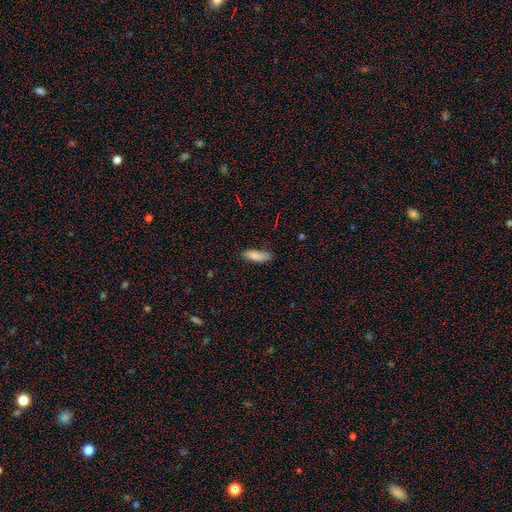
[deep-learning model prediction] This is clearly a smooth galaxy (85%). How rounded: likely in between (60%). Merging: likely none (78%).